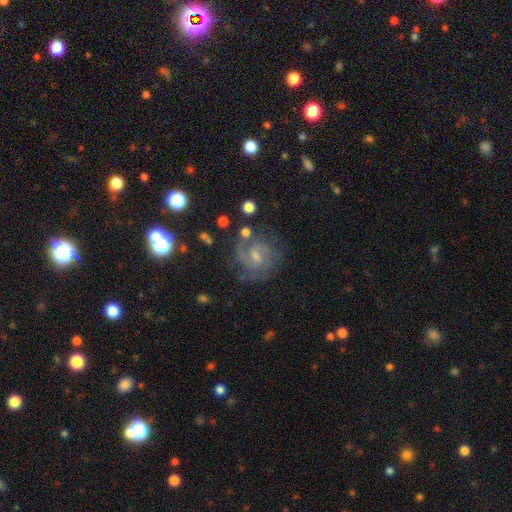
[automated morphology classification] A featured or disk galaxy (80%) with a weak bar (56%), 2 (62%) tight (46%) spiral arms (96%) and a small central bulge (54%).

Vote fractions:
- Smooth or featured? featured or disk: 80% / star or artifact: 10% / smooth: 10%
- Edge-on disk? no: 98% / yes: 2%
- Bar? weak: 56% / no: 30% / strong: 14%
- Spiral arms? yes: 96% / no: 4%
- Spiral winding? tight: 46% / medium: 44% / loose: 11%
- Spiral arm count? 2: 62% / can't tell: 15% / 3: 12% / 1: 4% / 4: 3% / more than 4: 3%
- Bulge size? small: 54% / moderate: 34% / none: 9% / large: 2% / dominant: 1%
- Merging? none: 73% / minor disturbance: 15% / major disturbance: 9% / merger: 3%